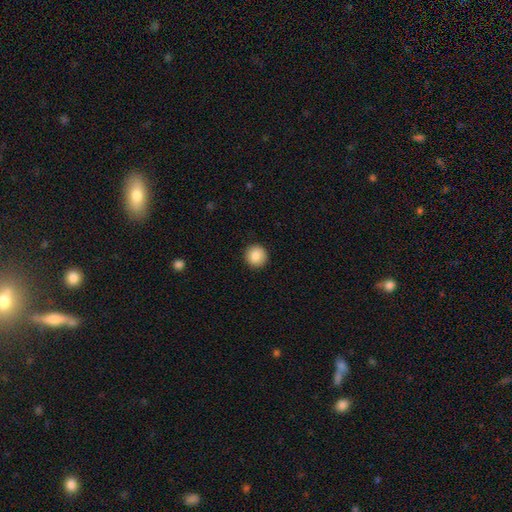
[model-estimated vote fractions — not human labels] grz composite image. It shows a smooth galaxy with no disk features (85%) that is round (94%). Merging: none (91%).